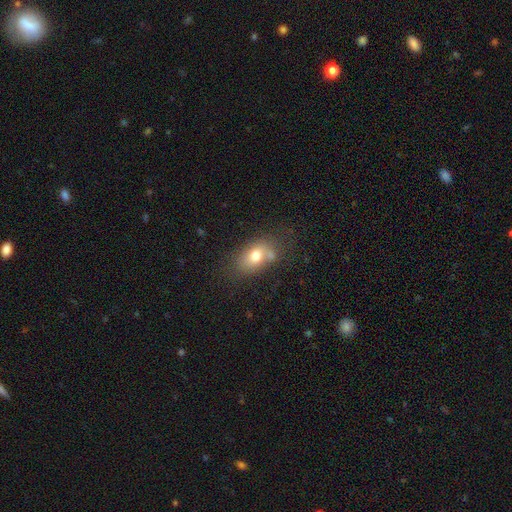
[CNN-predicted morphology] type=smooth (73%); roundness=in between (83%); merging=none (55%).